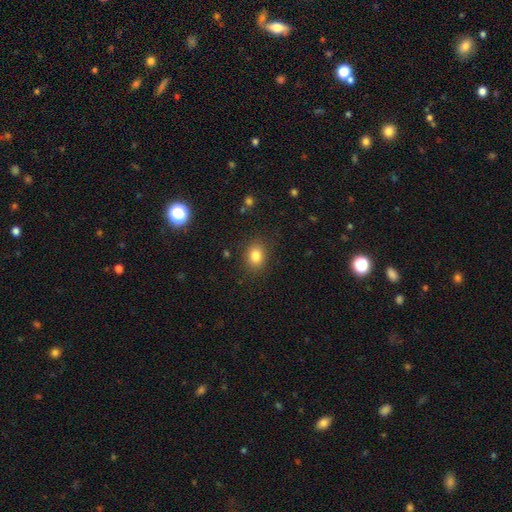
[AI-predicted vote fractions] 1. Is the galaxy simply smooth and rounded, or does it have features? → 83% smooth, 11% star or artifact, 7% featured or disk.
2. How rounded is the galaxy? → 56% in between, 43% round, 1% cigar-shaped.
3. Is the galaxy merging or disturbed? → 86% none, 10% minor disturbance, 3% major disturbance, 1% merger.